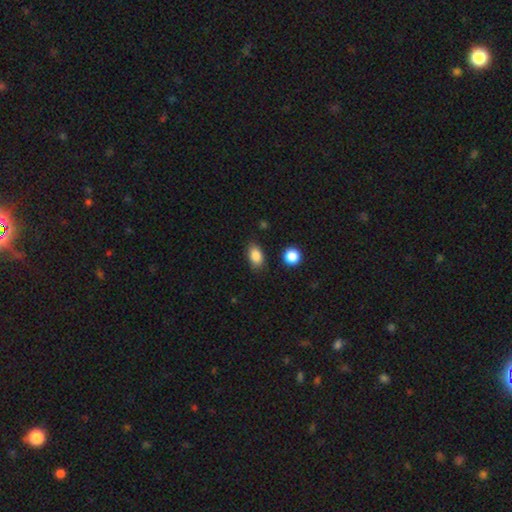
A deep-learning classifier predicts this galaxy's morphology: smooth 87%, star or artifact 9%, featured or disk 5%. Down the decision tree: how rounded — in between (86%); merging — none (82%).